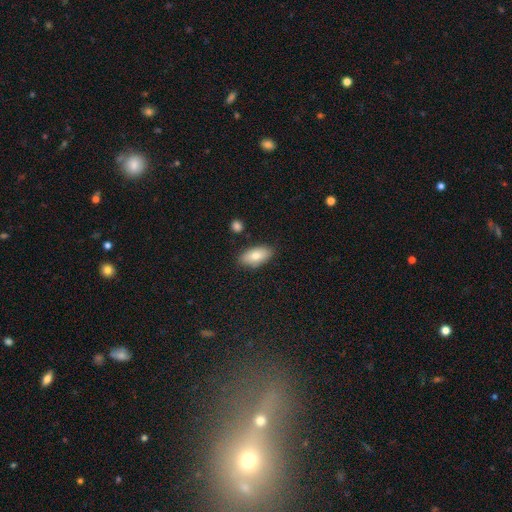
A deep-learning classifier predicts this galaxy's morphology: smooth-or-featured: smooth: 79% | featured or disk: 15% | star or artifact: 7%
  how-rounded: in between: 91% | cigar-shaped: 5% | round: 3%
  merging: none: 84% | minor disturbance: 11% | merger: 3% | major disturbance: 2%